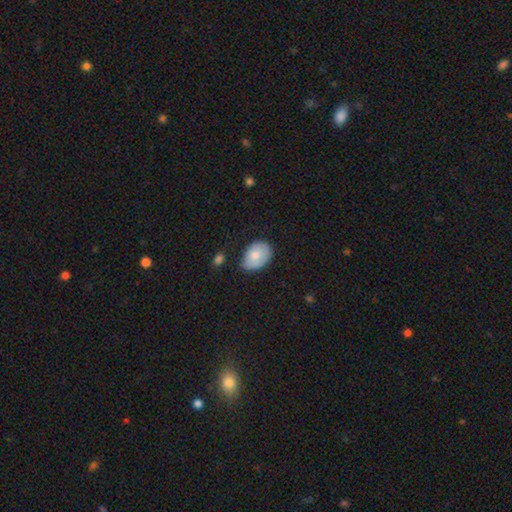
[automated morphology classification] Smooth or featured: smooth — 73% (featured or disk — 20%)
How rounded: in between — 83% (round — 16%)
Merging: none — 57% (minor disturbance — 33%)